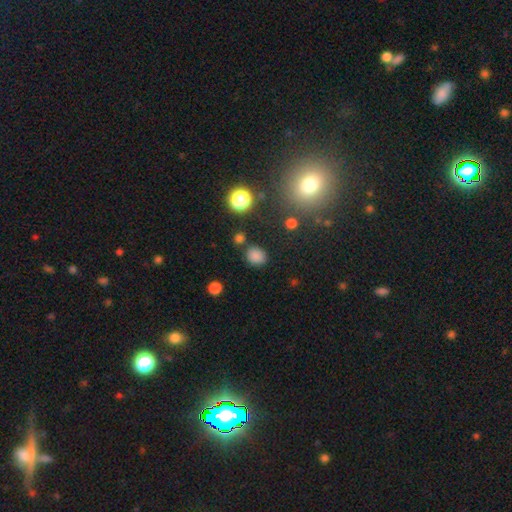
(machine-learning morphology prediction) Smooth or featured: smooth — 79% (star or artifact — 16%)
How rounded: in between — 51% (round — 48%)
Merging: none — 77% (minor disturbance — 13%)